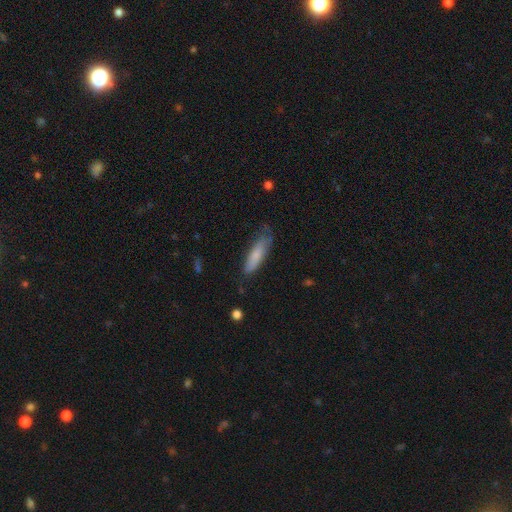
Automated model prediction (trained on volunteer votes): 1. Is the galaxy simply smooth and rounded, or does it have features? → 75% smooth, 19% featured or disk, 6% star or artifact.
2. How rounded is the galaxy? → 62% cigar-shaped, 36% in between, 2% round.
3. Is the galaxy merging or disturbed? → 60% none, 30% minor disturbance, 8% major disturbance, 2% merger.